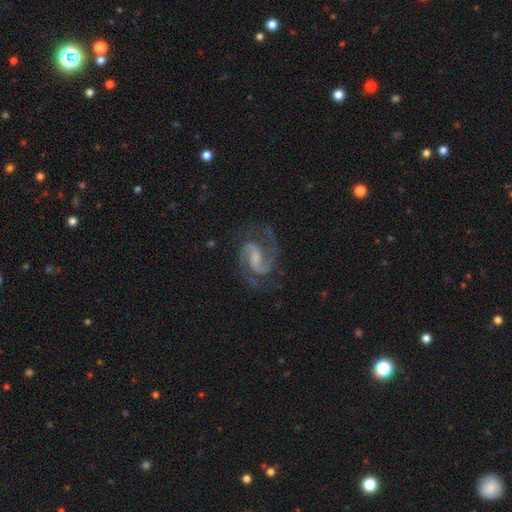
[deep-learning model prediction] featured or disk 92%, star or artifact 4%, smooth 3%. Down the decision tree: edge-on disk — no (98%); bar — weak (53%); spiral arms — yes (98%); spiral arm count — 2 (93%); spiral winding — medium (65%); bulge size — small (44%); merging — none (77%).